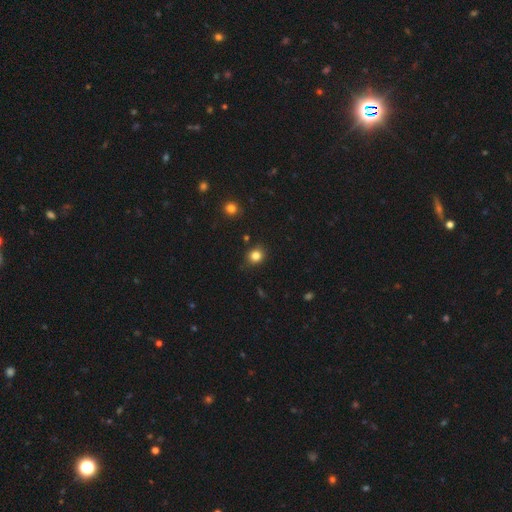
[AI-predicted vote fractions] Overall: smooth (83%). How rounded: round (79%). Merging: none (82%).